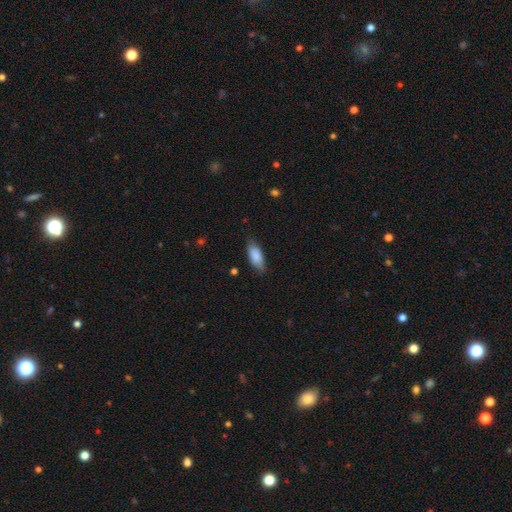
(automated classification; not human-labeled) smooth-or-featured: smooth: 85% | featured or disk: 9% | star or artifact: 6%
  how-rounded: in between: 78% | cigar-shaped: 20% | round: 2%
  merging: none: 79% | minor disturbance: 17% | major disturbance: 3% | merger: 1%